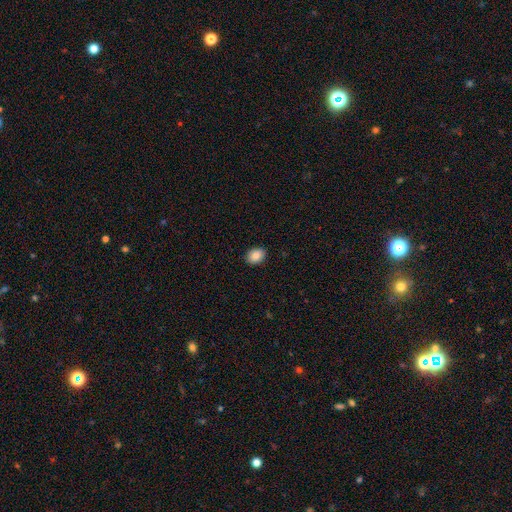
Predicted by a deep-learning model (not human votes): Smooth or featured? smooth (88%)
How rounded? in between (68%)
Merging? none (90%)